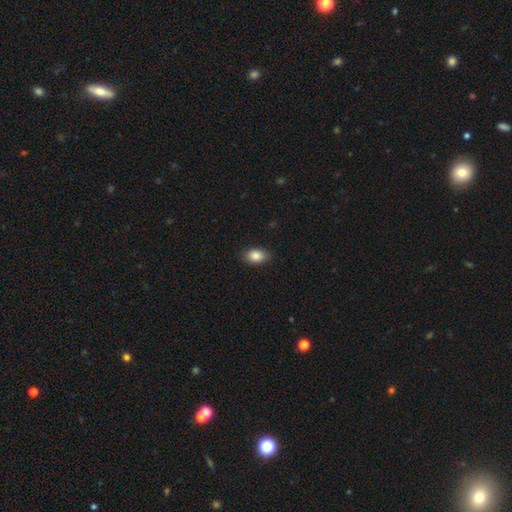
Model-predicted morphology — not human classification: The model was most divided on "how rounded": in between: 86%, round: 12%, cigar-shaped: 2%. More confident: smooth or featured — smooth (87%); merging — none (86%).